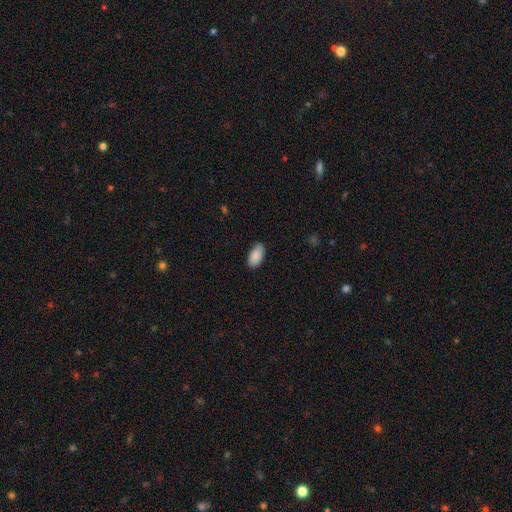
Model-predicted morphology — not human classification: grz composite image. It shows a smooth galaxy with no disk features (89%) that is in between round and cigar-shaped (94%). Merging: none (82%).